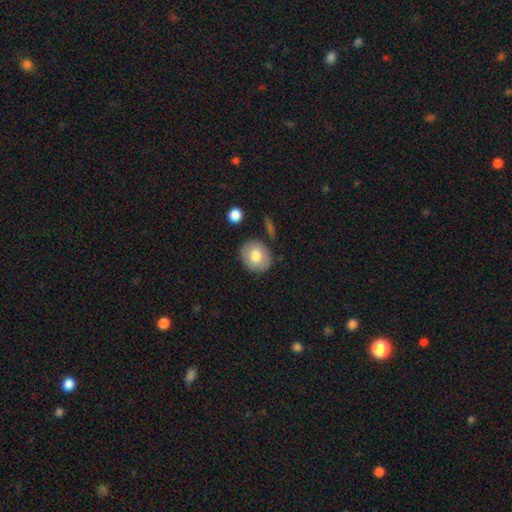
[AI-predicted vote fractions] Q: Smooth or featured?
A: smooth (77%); runner-up: featured or disk (17%)
Q: How rounded?
A: round (63%); runner-up: in between (36%)
Q: Merging?
A: none (82%); runner-up: minor disturbance (11%)